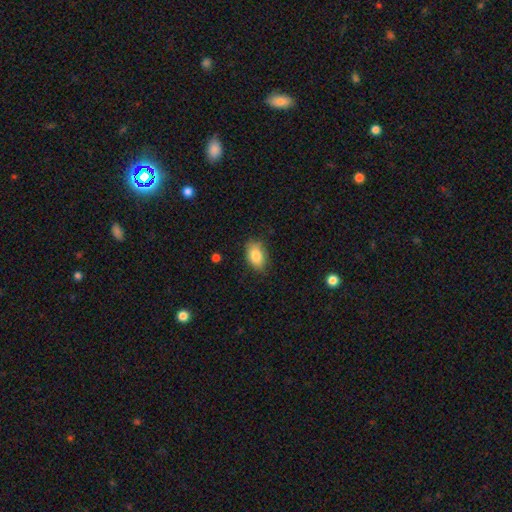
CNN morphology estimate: smooth_or_featured: smooth (p=0.83) [alt: featured or disk p=0.09]
how_rounded: in between (p=0.87) [alt: round p=0.11]
merging: none (p=0.78) [alt: minor disturbance p=0.18]